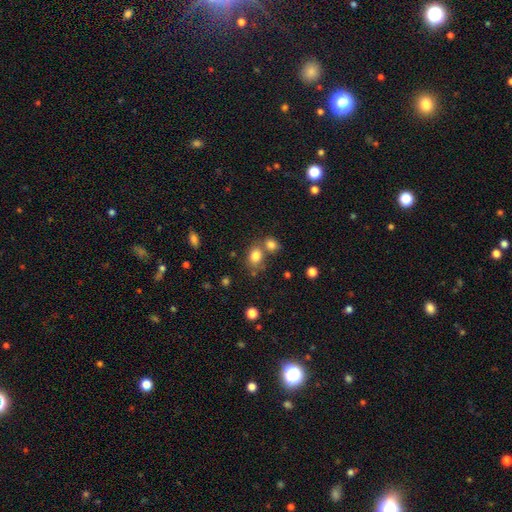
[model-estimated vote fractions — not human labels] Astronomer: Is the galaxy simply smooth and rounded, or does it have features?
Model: smooth — 81%.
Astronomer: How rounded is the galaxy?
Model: in between — 58% (runner-up: round, 41%).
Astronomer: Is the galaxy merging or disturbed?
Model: none — 53% (runner-up: merger, 31%).